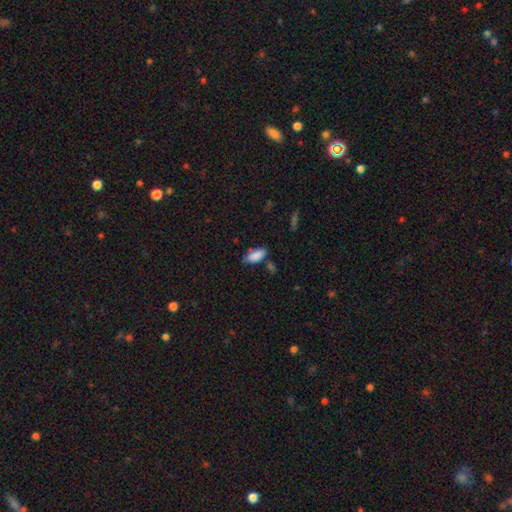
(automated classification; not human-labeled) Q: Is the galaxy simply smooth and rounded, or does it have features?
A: smooth — 87%.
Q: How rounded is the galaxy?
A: in between — 88%.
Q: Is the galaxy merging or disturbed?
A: none — 68%.